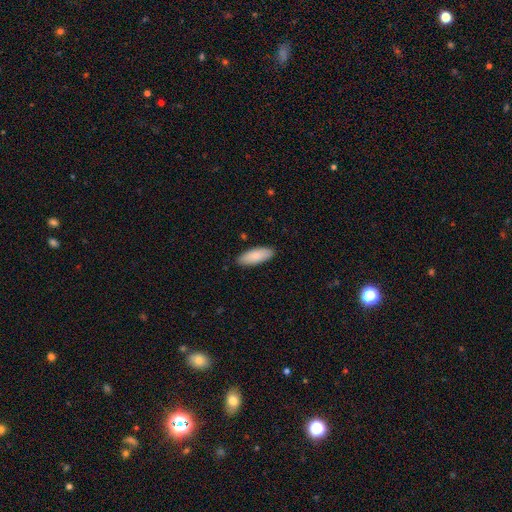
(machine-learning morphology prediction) A smooth galaxy with no disk features (86%) that is in between round and cigar-shaped (74%).

Vote fractions:
- Smooth or featured? smooth: 86% / featured or disk: 9% / star or artifact: 6%
- How rounded? in between: 74% / cigar-shaped: 25% / round: 2%
- Merging? none: 88% / minor disturbance: 9% / major disturbance: 2% / merger: 1%